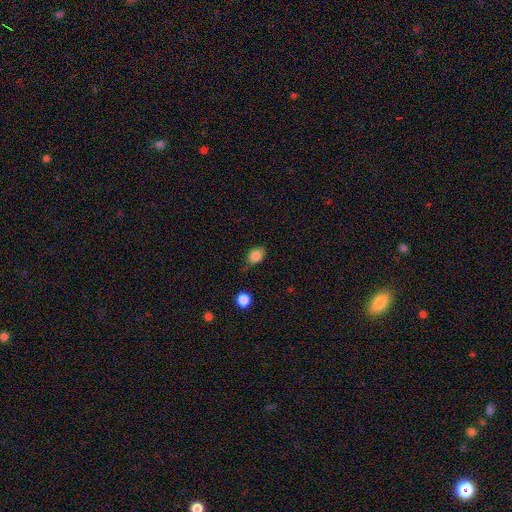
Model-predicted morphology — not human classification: smooth-or-featured: smooth: 84% | star or artifact: 10% | featured or disk: 6%
  how-rounded: in between: 64% | round: 34% | cigar-shaped: 2%
  merging: none: 64% | minor disturbance: 27% | major disturbance: 6% | merger: 3%